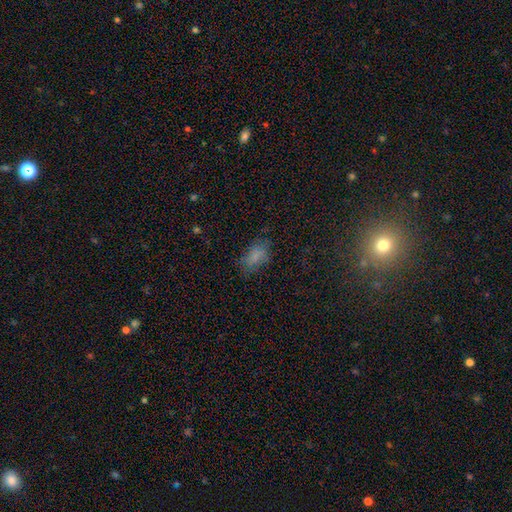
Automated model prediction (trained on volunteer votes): Smooth or featured? Predicted: smooth (p=0.73). How rounded? Predicted: in between (p=0.89). Merging? Predicted: none (p=0.67).